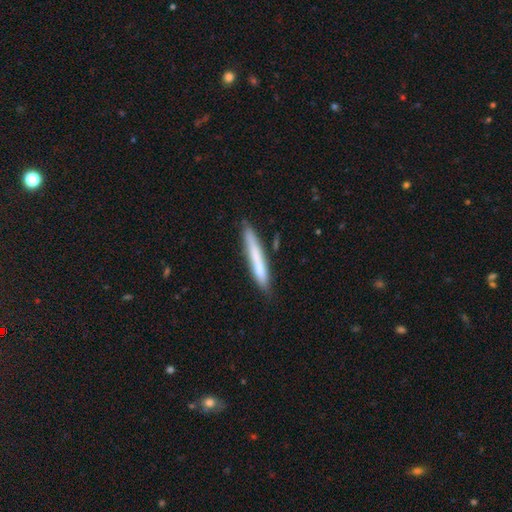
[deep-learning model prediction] The model was most divided on "smooth or featured": smooth: 68%, featured or disk: 25%, star or artifact: 6%. More confident: how rounded — cigar-shaped (95%); merging — none (82%).